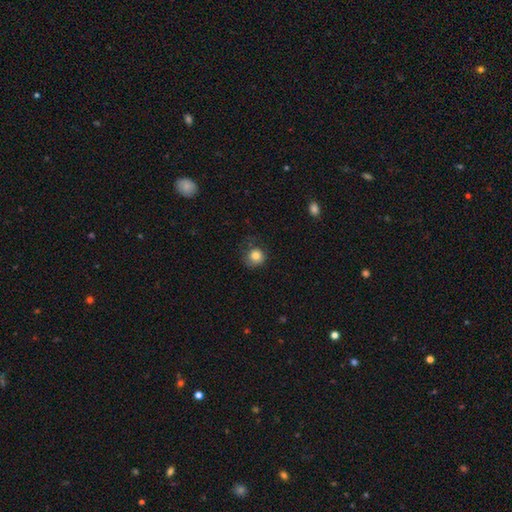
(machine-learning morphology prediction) smooth_or_featured: smooth (p=0.81) [alt: star or artifact p=0.10]
how_rounded: round (p=0.87) [alt: in between p=0.12]
merging: none (p=0.64) [alt: minor disturbance p=0.24]